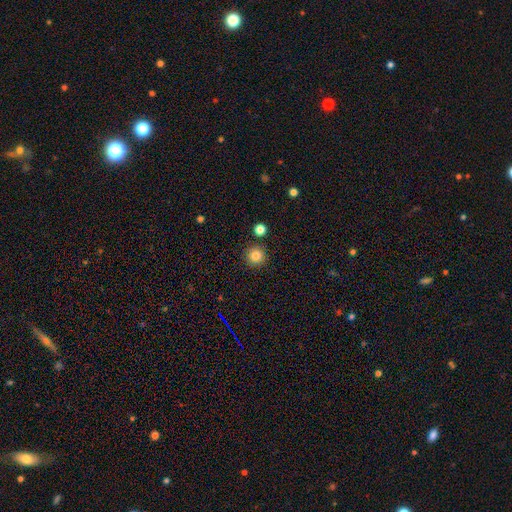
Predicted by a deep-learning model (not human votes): The model was most divided on "smooth or featured": smooth: 84%, star or artifact: 11%, featured or disk: 5%. More confident: how rounded — round (95%); merging — none (87%).